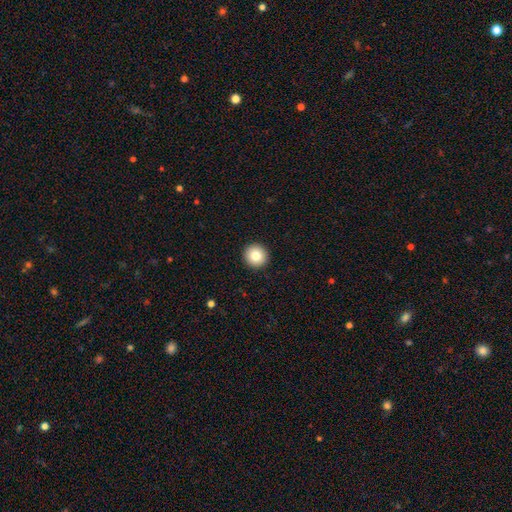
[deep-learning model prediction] The model was most divided on "smooth or featured": smooth: 81%, star or artifact: 10%, featured or disk: 9%. More confident: how rounded — round (96%); merging — none (94%).